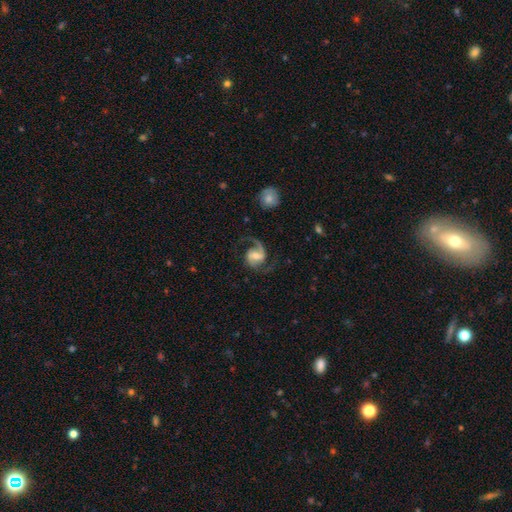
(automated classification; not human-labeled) Smooth or featured?
  - featured or disk: 89% *
  - smooth: 6%
  - star or artifact: 5%
Edge-on disk?
  - no: 98% *
  - yes: 2%
Bar?
  - weak: 50% *
  - no: 26%
  - strong: 23%
Spiral arms?
  - yes: 98% *
  - no: 2%
Spiral winding?
  - medium: 53% *
  - loose: 34%
  - tight: 13%
Spiral arm count?
  - 2: 88% *
  - 1: 7%
  - can't tell: 2%
  - 3: 1%
  - 4: 1%
  - more than 4: 1%
Bulge size?
  - moderate: 55% *
  - small: 32%
  - large: 7%
  - none: 5%
  - dominant: 1%
Merging?
  - none: 72% *
  - minor disturbance: 15%
  - major disturbance: 12%
  - merger: 2%